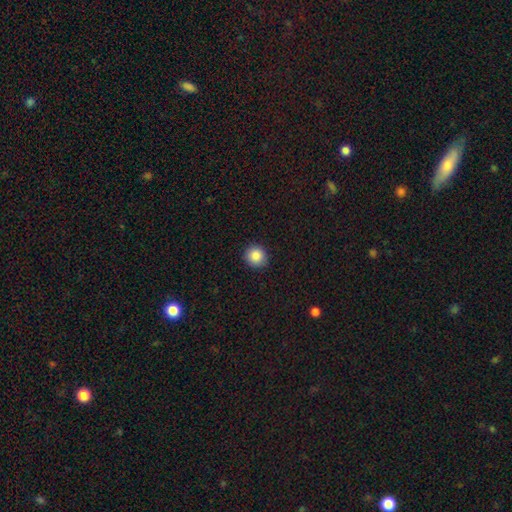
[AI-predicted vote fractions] smooth-or-featured: smooth: 87% | star or artifact: 9% | featured or disk: 4%
  how-rounded: round: 92% | in between: 7% | cigar-shaped: 1%
  merging: none: 92% | minor disturbance: 6% | major disturbance: 2% | merger: 1%